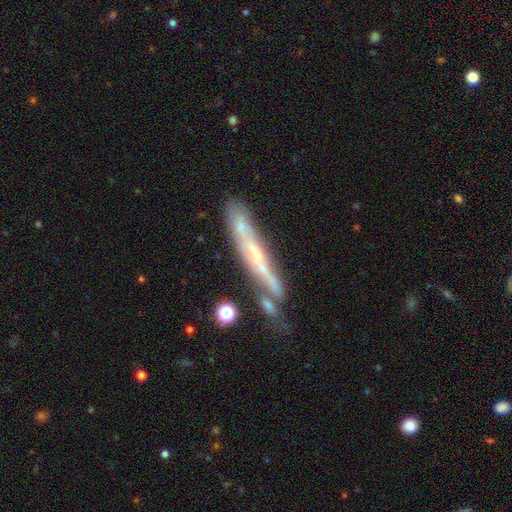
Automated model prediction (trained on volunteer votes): This is likely a featured or disk galaxy (65%). It is likely viewed edge-on (76%). Merging: possibly none (50%).